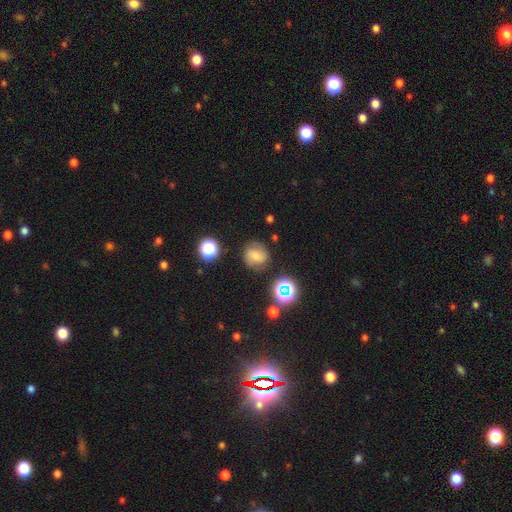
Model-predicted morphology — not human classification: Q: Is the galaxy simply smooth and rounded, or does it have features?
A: featured or disk — 48%.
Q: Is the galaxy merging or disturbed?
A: none — 80%.